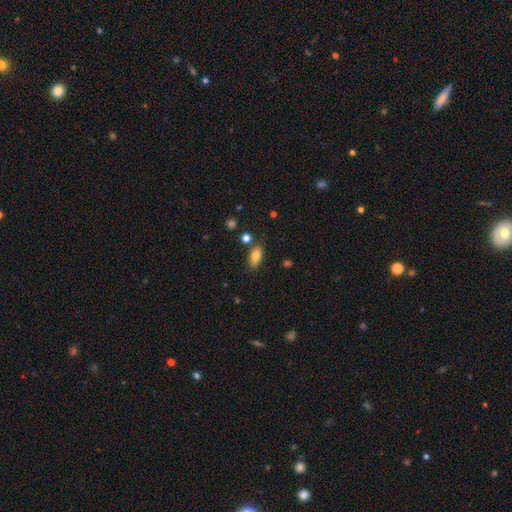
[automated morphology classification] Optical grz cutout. It shows a smooth galaxy with no disk features (81%) that is in between round and cigar-shaped (85%). Merging: none (77%).